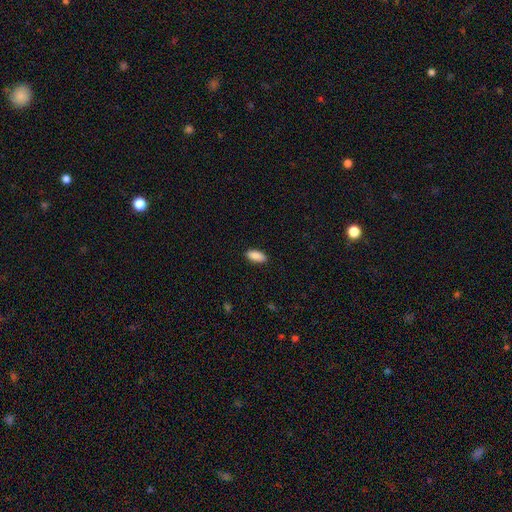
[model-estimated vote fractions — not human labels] smooth-or-featured: smooth: 89% | star or artifact: 6% | featured or disk: 4%
  how-rounded: in between: 89% | cigar-shaped: 9% | round: 2%
  merging: none: 89% | minor disturbance: 8% | major disturbance: 2% | merger: 1%